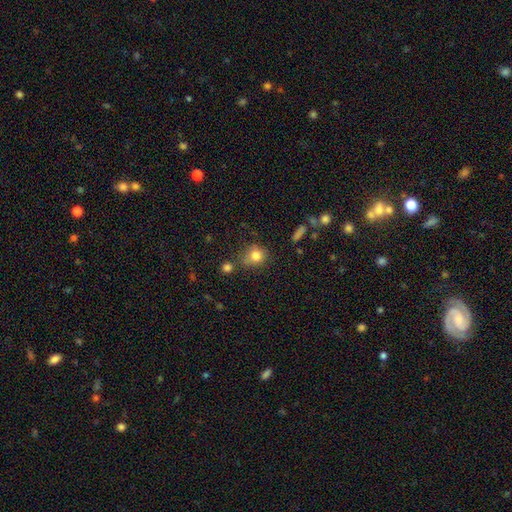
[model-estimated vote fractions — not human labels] Smooth or featured: smooth — 81% (star or artifact — 12%)
How rounded: round — 76% (in between — 22%)
Merging: none — 61% (minor disturbance — 20%)